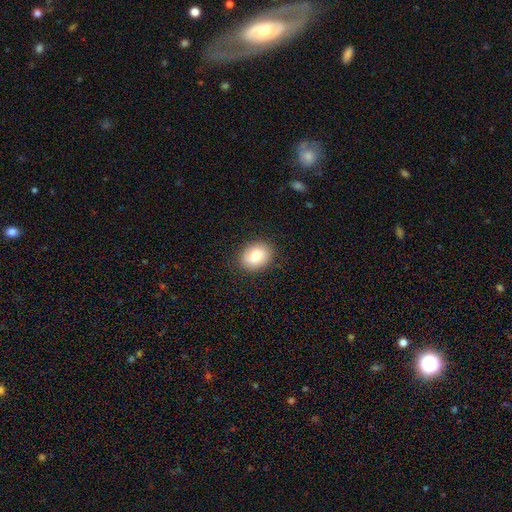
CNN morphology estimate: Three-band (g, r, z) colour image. It shows a smooth galaxy with no disk features (80%) that is in between round and cigar-shaped (56%). Merging: none (86%).